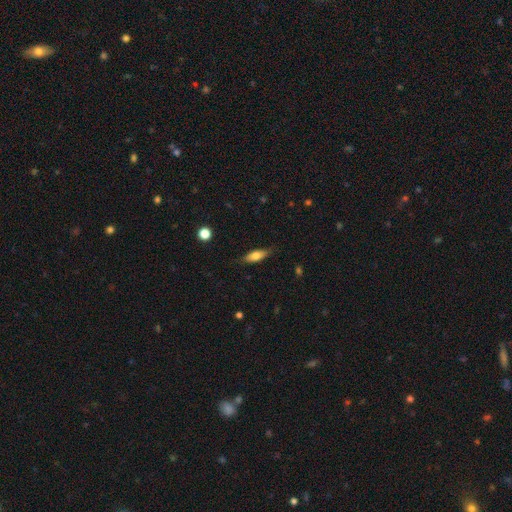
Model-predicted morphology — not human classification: Q: Smooth or featured?
A: smooth (63%); runner-up: featured or disk (30%)
Q: How rounded?
A: in between (58%); runner-up: cigar-shaped (38%)
Q: Merging?
A: none (81%); runner-up: minor disturbance (15%)